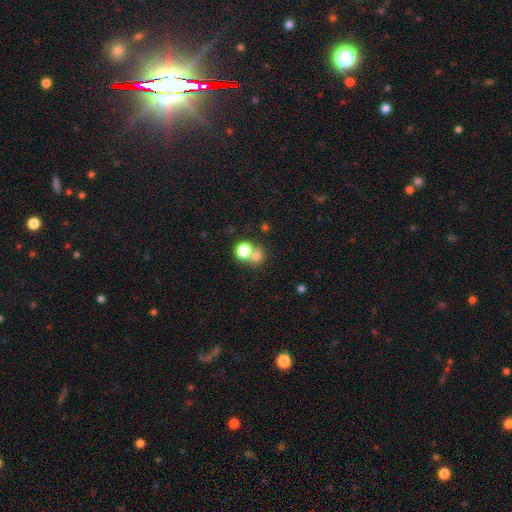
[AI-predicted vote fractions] Overall: smooth (76%). How rounded: round (75%). Merging: merger (47%; none 42%).